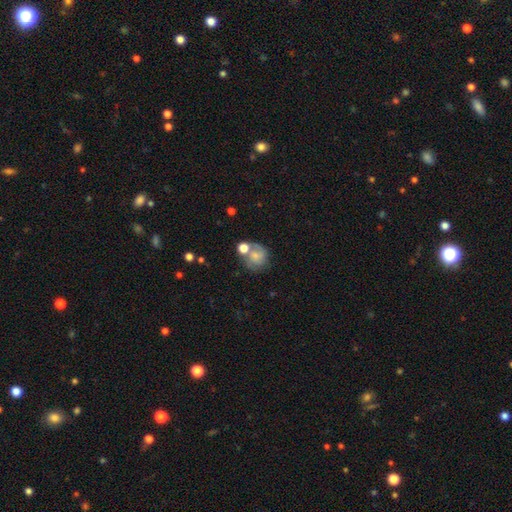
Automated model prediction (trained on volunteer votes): Smooth or featured? Predicted: featured or disk (p=0.49). Merging? Predicted: none (p=0.47).